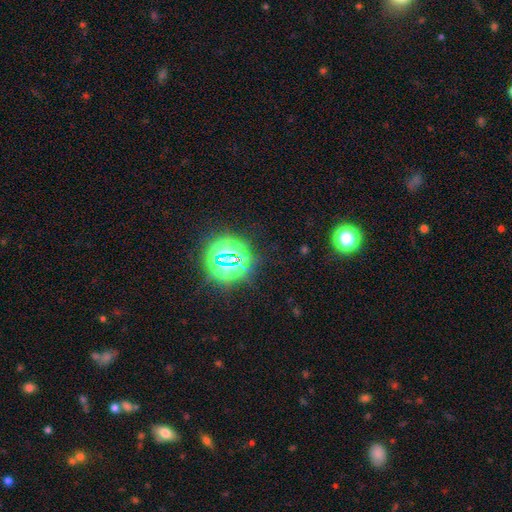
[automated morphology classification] Smooth or featured: star or artifact — 78% (smooth — 15%)